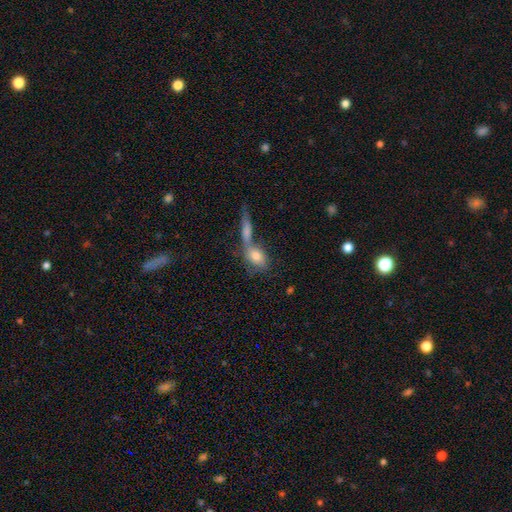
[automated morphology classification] smooth 71%, featured or disk 20%, star or artifact 9%. Down the decision tree: how rounded — in between (74%); merging — merger (55%).